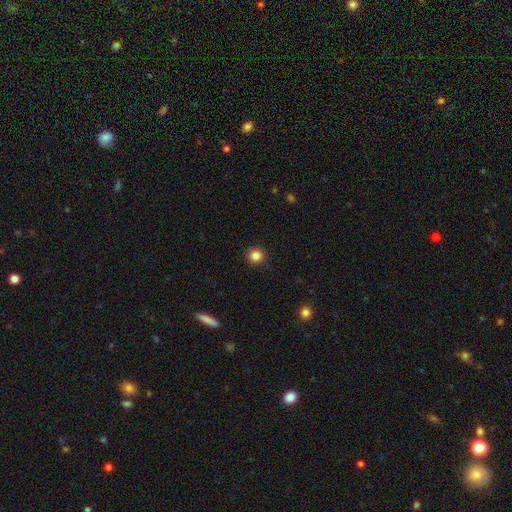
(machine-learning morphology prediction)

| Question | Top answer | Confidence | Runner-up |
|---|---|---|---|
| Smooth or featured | smooth | 85% | star or artifact (11%) |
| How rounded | round | 93% | in between (6%) |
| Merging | none | 92% | minor disturbance (5%) |